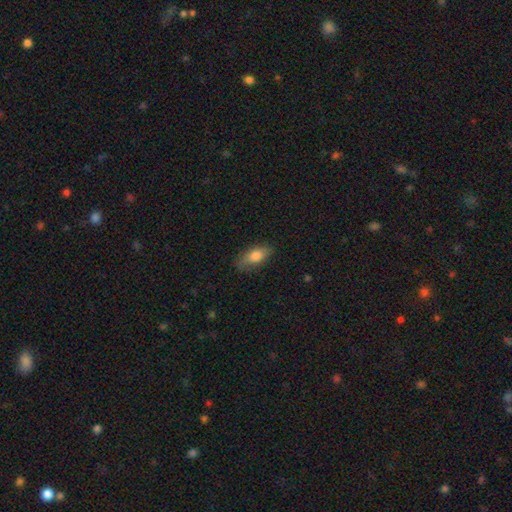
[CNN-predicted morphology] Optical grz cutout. It shows a smooth galaxy with no disk features (75%) that is in between round and cigar-shaped (83%). Merging: none (76%).